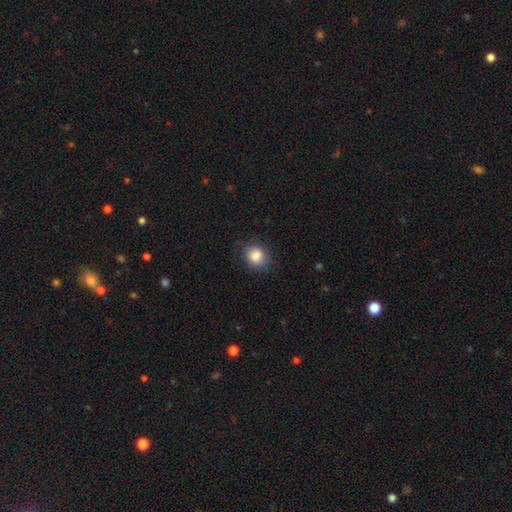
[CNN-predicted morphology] A smooth galaxy with no disk features (85%) that is round (68%).

Vote fractions:
- Smooth or featured? smooth: 85% / star or artifact: 8% / featured or disk: 6%
- How rounded? round: 68% / in between: 31% / cigar-shaped: 1%
- Merging? none: 80% / minor disturbance: 15% / major disturbance: 4% / merger: 1%